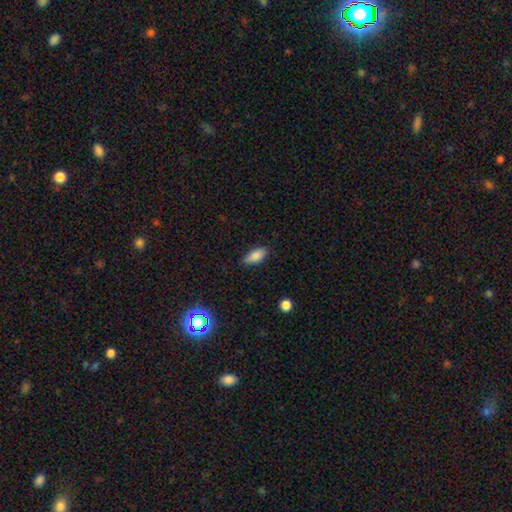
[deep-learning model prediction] Morphology: type=smooth (83%); roundness=in between (85%); merging=none (80%).